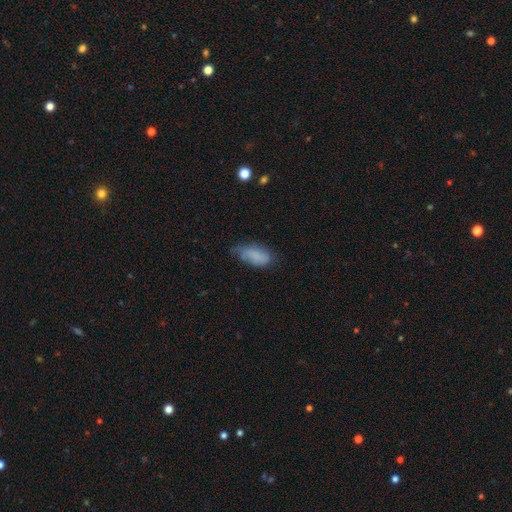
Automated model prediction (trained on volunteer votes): A smooth galaxy with no disk features (78%) that is in between round and cigar-shaped (90%). Merging: none (46%).